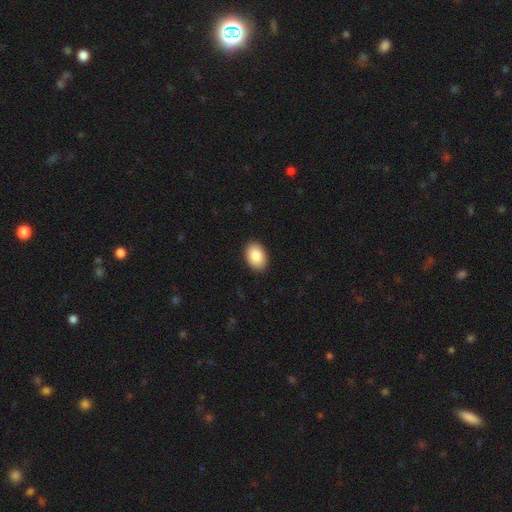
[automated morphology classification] A smooth galaxy with no disk features (88%) that is in between round and cigar-shaped (88%).

Vote fractions:
- Smooth or featured? smooth: 88% / star or artifact: 6% / featured or disk: 5%
- How rounded? in between: 88% / round: 11% / cigar-shaped: 1%
- Merging? none: 90% / minor disturbance: 7% / major disturbance: 2% / merger: 1%